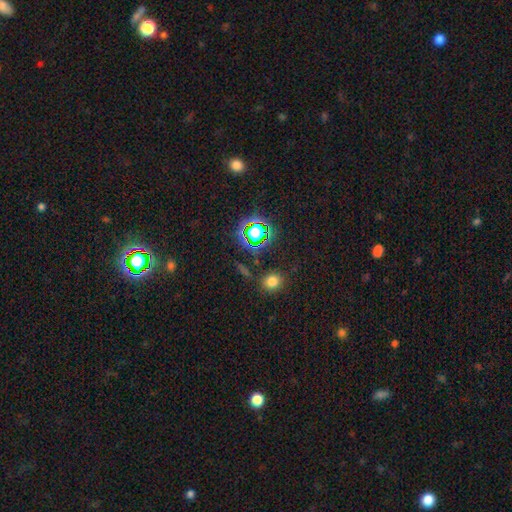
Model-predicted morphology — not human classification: Smooth or featured: star or artifact — 52% (smooth — 41%)